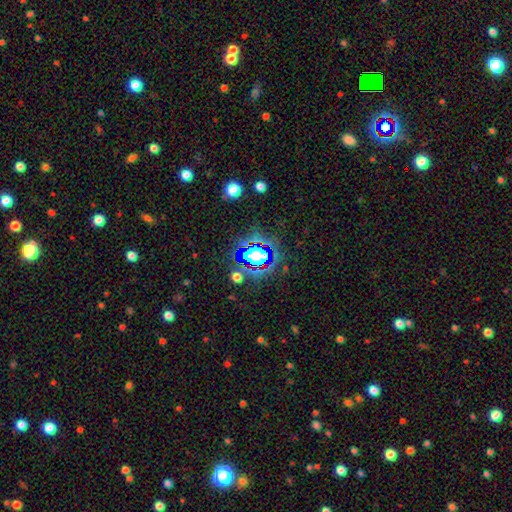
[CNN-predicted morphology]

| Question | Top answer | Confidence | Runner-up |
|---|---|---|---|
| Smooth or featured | star or artifact | 63% | smooth (23%) |